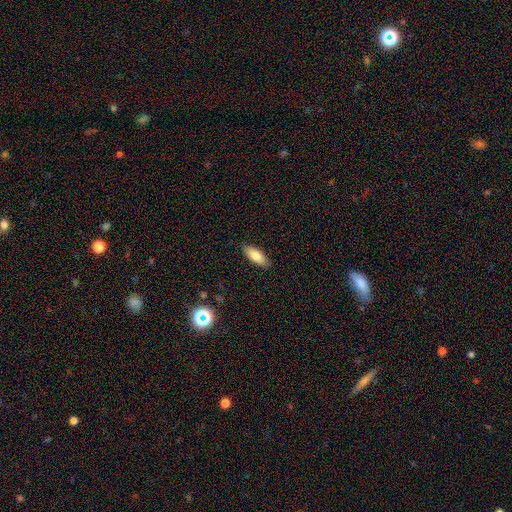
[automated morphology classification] This appears to be a smooth galaxy with no disk features (78%) that is in between round and cigar-shaped (69%). Merging: none (88%).